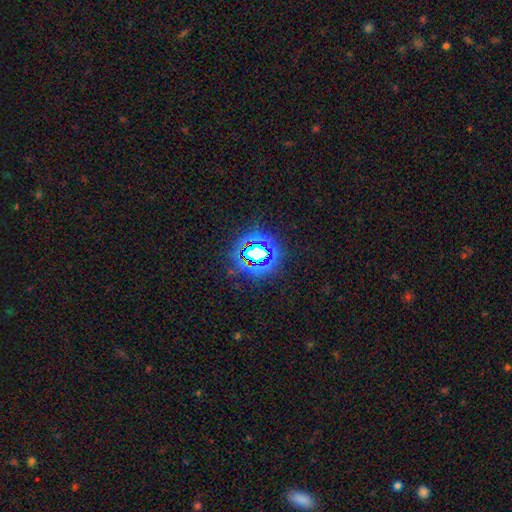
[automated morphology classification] A star or artifact, not a galaxy (68%).

Vote fractions:
- Smooth or featured? star or artifact: 68% / smooth: 19% / featured or disk: 12%